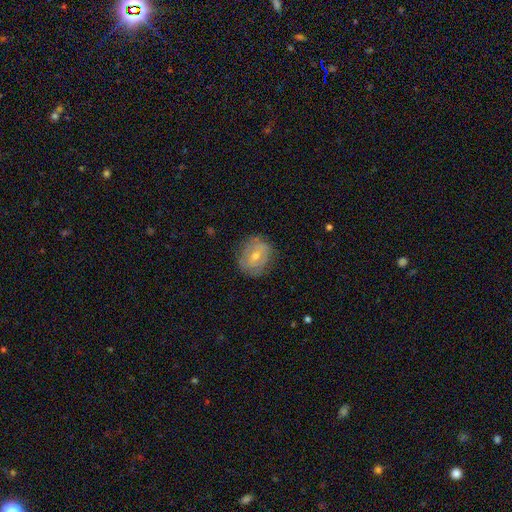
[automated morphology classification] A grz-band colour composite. It shows a featured or disk galaxy (57%) with no bar (43%, tied with weak), spiral arms (63%) and a moderate central bulge (52%). Merging: none (78%).